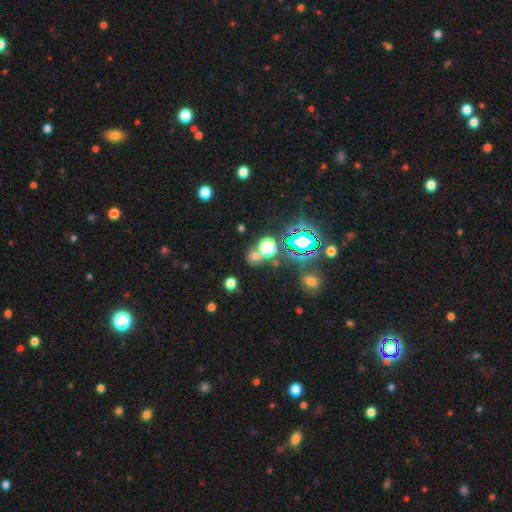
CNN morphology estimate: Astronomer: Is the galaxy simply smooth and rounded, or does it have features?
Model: smooth — 52% (runner-up: star or artifact, 38%).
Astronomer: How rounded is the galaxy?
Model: round — 74%.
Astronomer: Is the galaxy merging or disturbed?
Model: none — 60%.